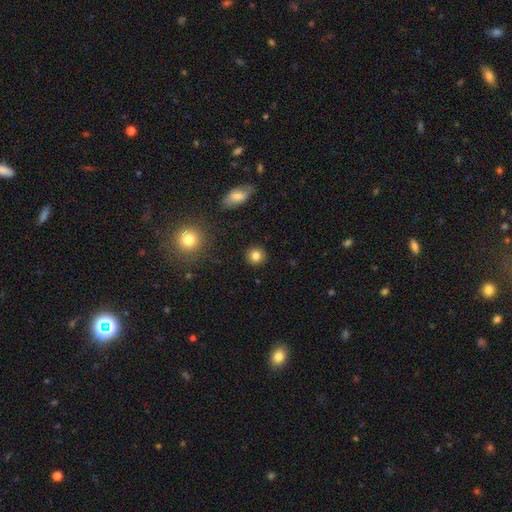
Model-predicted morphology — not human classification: smooth_or_featured: smooth (p=0.83) [alt: star or artifact p=0.11]
how_rounded: round (p=0.92) [alt: in between p=0.07]
merging: none (p=0.91) [alt: minor disturbance p=0.06]